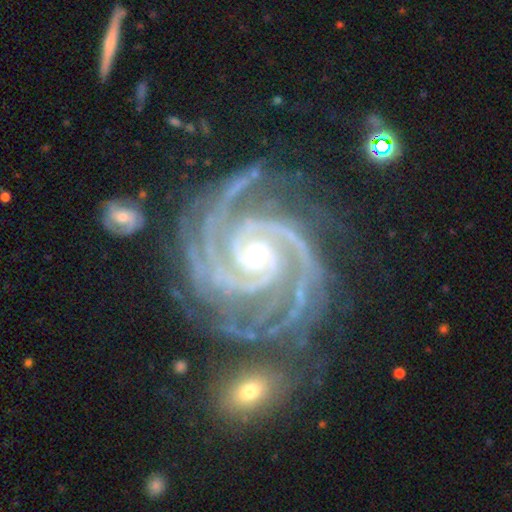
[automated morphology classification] type=featured or disk (94%); edge-on=no (98%); bar=no (63%); spiral arms=yes (99%); winding=tight (80%); arm count=3 (35%); bulge=small (56%); merging=none (71%).